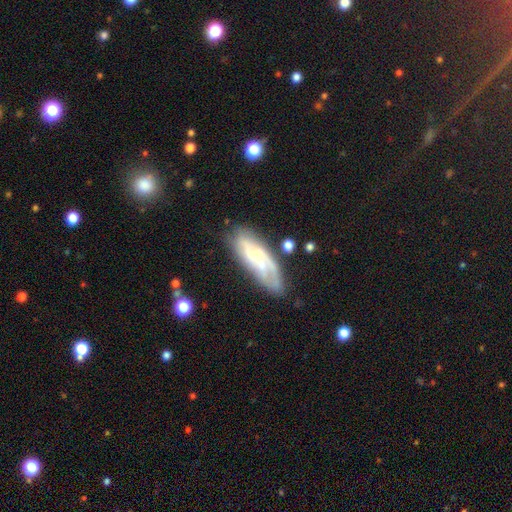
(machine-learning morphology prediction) This is likely a featured or disk galaxy (63%). It is clearly not viewed edge-on (82%). Bar: possibly no (57%). Spiral arm pattern: likely yes (78%). Central bulge: possibly small (50%). Merging: likely none (61%).